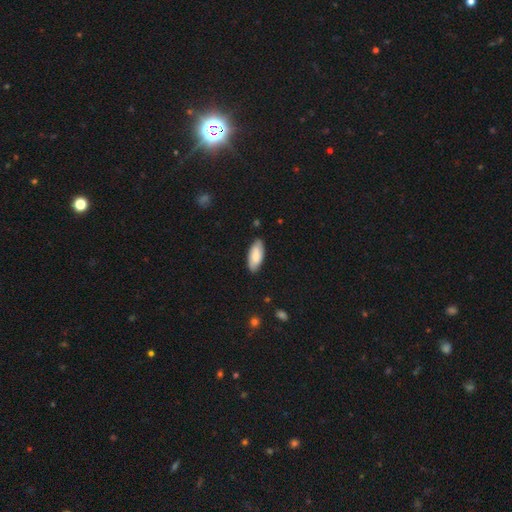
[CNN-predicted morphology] Smooth or featured? smooth (75%)
How rounded? in between (84%)
Merging? none (85%)